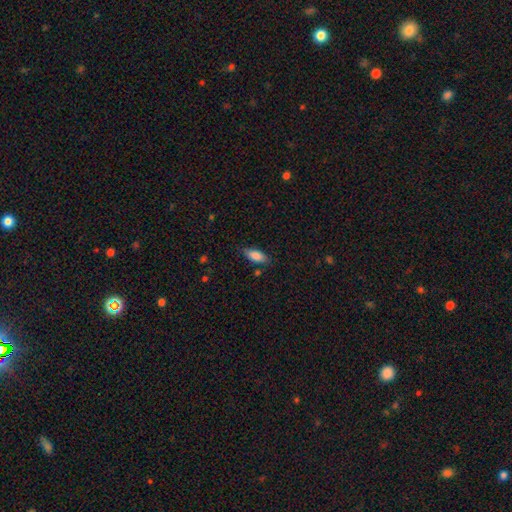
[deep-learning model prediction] This appears to be a smooth galaxy with no disk features (83%) that is in between round and cigar-shaped (83%). Merging: none (80%).